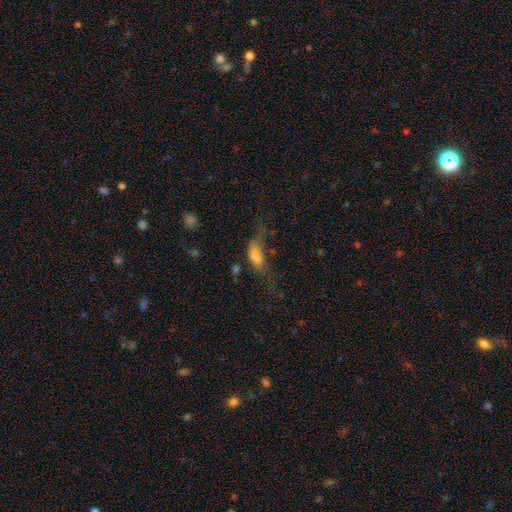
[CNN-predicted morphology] Smooth or featured: smooth — 70% (featured or disk — 18%)
How rounded: in between — 83% (cigar-shaped — 12%)
Merging: major disturbance — 49% (none — 23%)